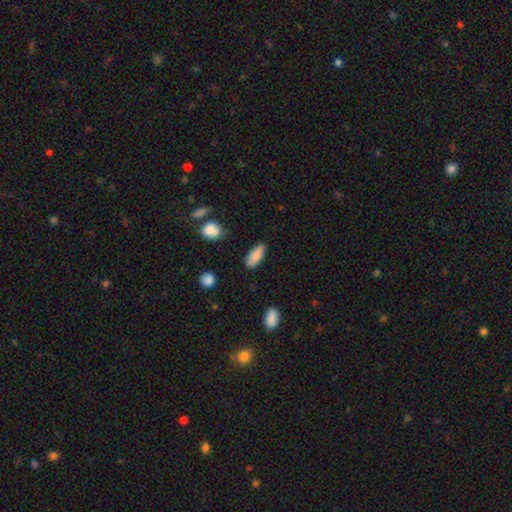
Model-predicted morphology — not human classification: Overall: smooth (83%). How rounded: in between (84%). Merging: none (80%).